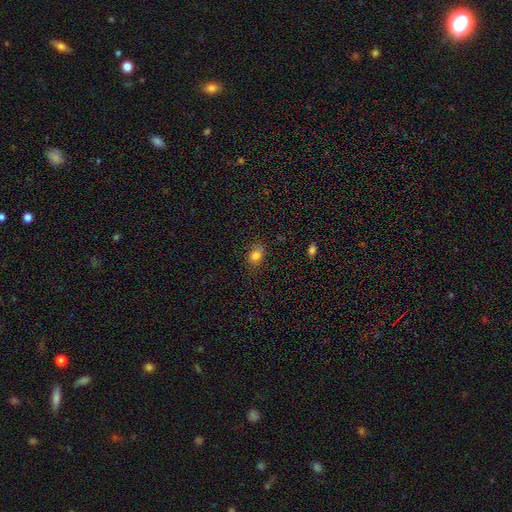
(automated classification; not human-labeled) The model was most divided on "how rounded": in between: 70%, round: 29%, cigar-shaped: 2%. More confident: smooth or featured — smooth (82%); merging — none (81%).